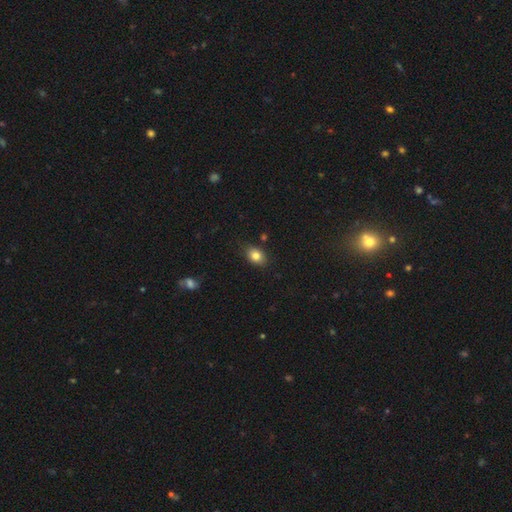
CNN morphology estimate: Q: Smooth or featured?
A: smooth (83%); runner-up: star or artifact (10%)
Q: How rounded?
A: in between (71%); runner-up: round (28%)
Q: Merging?
A: none (82%); runner-up: minor disturbance (13%)